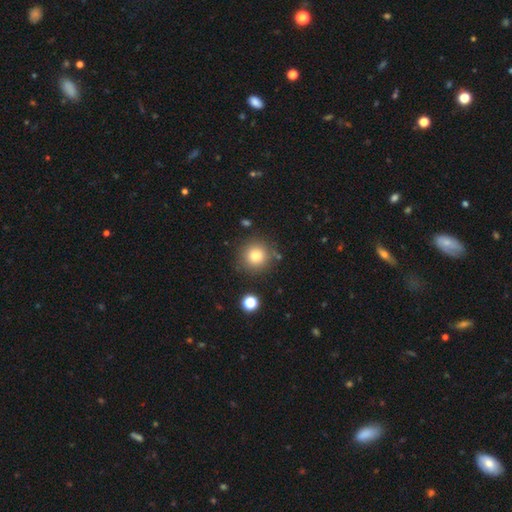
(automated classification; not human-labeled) This is clearly a smooth galaxy (80%). How rounded: clearly round (94%). Merging: clearly none (84%).